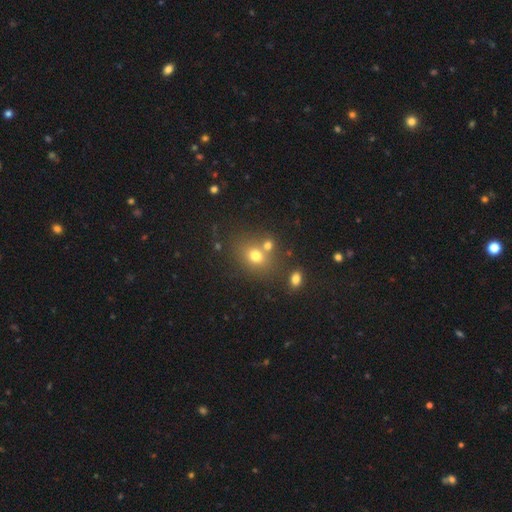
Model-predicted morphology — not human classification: The model was most divided on "how rounded": round: 62%, in between: 37%, cigar-shaped: 1%. More confident: smooth or featured — smooth (71%); merging — none (58%).